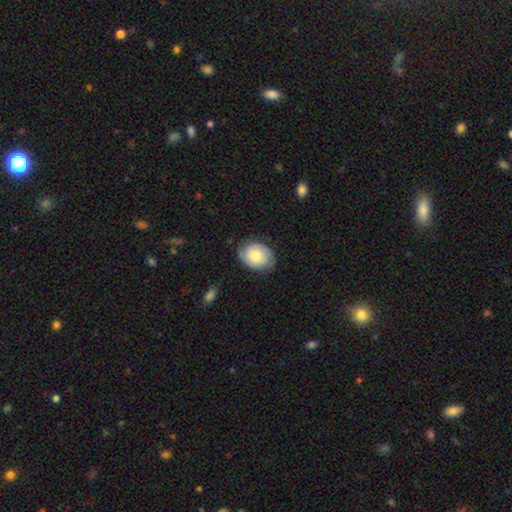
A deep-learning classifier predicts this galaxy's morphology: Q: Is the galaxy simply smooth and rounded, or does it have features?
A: smooth — 59%.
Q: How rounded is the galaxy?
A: in between — 68%.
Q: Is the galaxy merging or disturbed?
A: none — 74%.